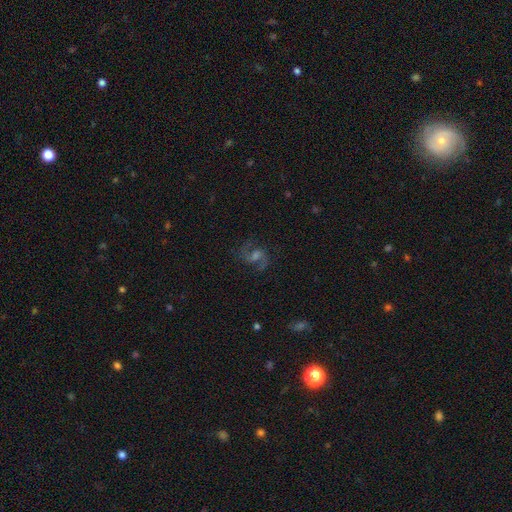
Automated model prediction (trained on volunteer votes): Smooth or featured? Predicted: featured or disk (p=0.81). Edge-on disk? Predicted: no (p=0.98). Bar? Predicted: weak (p=0.53). Spiral arms? Predicted: yes (p=0.96). Spiral winding? Predicted: medium (p=0.53). Spiral arm count? Predicted: 2 (p=0.91). Bulge size? Predicted: moderate (p=0.41). Merging? Predicted: none (p=0.78).